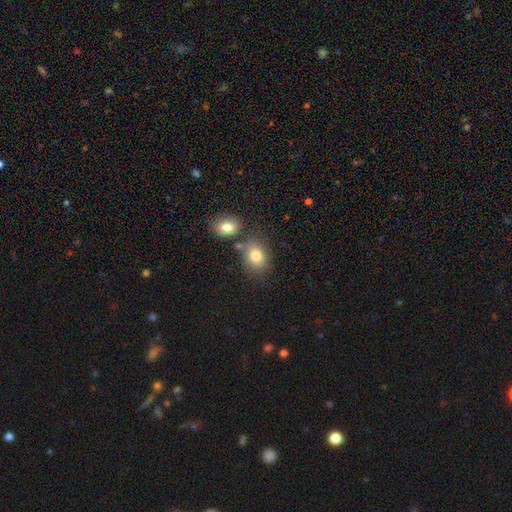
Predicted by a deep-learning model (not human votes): smooth 80%, star or artifact 10%, featured or disk 10%. Down the decision tree: how rounded — in between (62%); merging — none (67%).